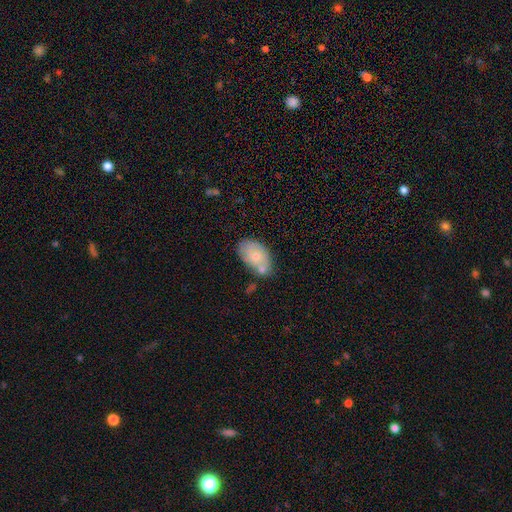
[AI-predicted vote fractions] This appears to be a smooth galaxy with no disk features (66%) that is in between round and cigar-shaped (91%). Merging: none (52%).